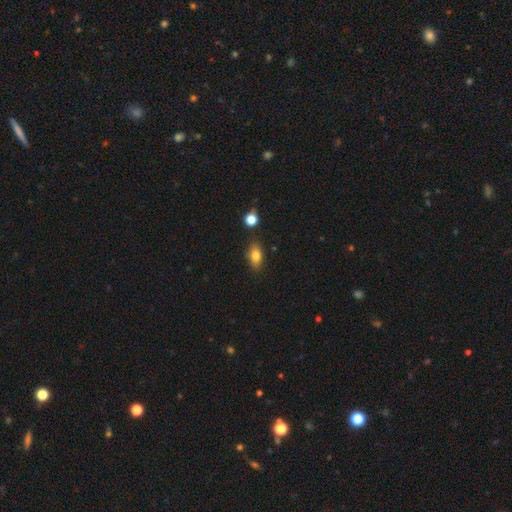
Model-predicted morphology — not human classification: A smooth galaxy with no disk features (80%) that is in between round and cigar-shaped (84%).

Vote fractions:
- Smooth or featured? smooth: 80% / featured or disk: 10% / star or artifact: 10%
- How rounded? in between: 84% / round: 11% / cigar-shaped: 5%
- Merging? none: 81% / minor disturbance: 12% / merger: 4% / major disturbance: 3%